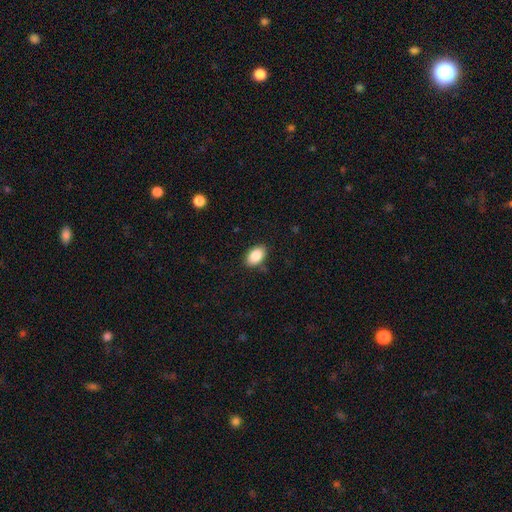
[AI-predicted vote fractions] smooth_or_featured: smooth (p=0.87) [alt: star or artifact p=0.07]
how_rounded: in between (p=0.91) [alt: round p=0.08]
merging: none (p=0.86) [alt: minor disturbance p=0.10]